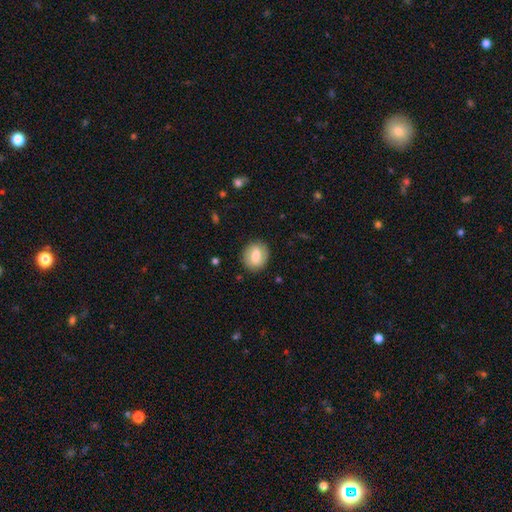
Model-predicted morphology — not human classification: A smooth galaxy with no disk features (68%) that is round (66%).

Vote fractions:
- Smooth or featured? smooth: 68% / featured or disk: 24% / star or artifact: 7%
- How rounded? round: 66% / in between: 33% / cigar-shaped: 1%
- Merging? none: 86% / minor disturbance: 9% / major disturbance: 3% / merger: 1%